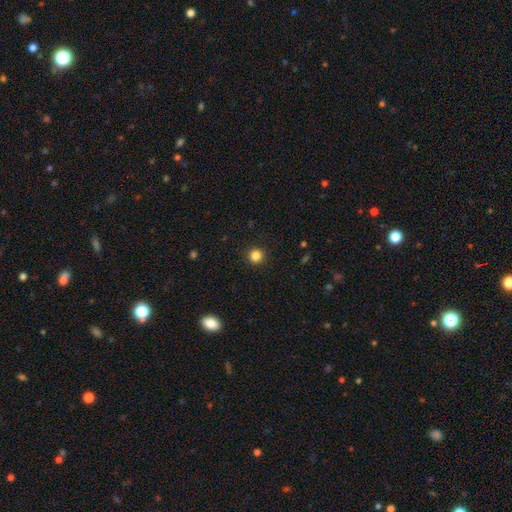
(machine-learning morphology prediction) A smooth galaxy with no disk features (84%) that is round (95%).

Vote fractions:
- Smooth or featured? smooth: 84% / star or artifact: 12% / featured or disk: 4%
- How rounded? round: 95% / in between: 4% / cigar-shaped: 1%
- Merging? none: 93% / minor disturbance: 4% / major disturbance: 2% / merger: 1%